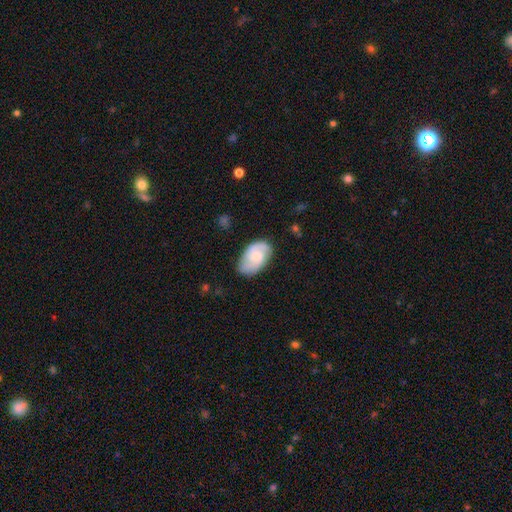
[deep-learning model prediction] smooth-or-featured: featured or disk: 57% | smooth: 36% | star or artifact: 7%
  disk-edge-on: no: 97% | yes: 3%
    bar: no: 61% | weak: 34% | strong: 4%
    has-spiral-arms: yes: 92% | no: 8%
      spiral-winding: medium: 46% | tight: 35% | loose: 19%
      spiral-arm-count: 2: 74% | can't tell: 13% | 3: 6% | 1: 4% | 4: 2% | more than 4: 1%
    bulge-size: small: 39% | moderate: 33% | none: 19% | large: 8% | dominant: 2%
  merging: none: 73% | minor disturbance: 20% | major disturbance: 6% | merger: 2%